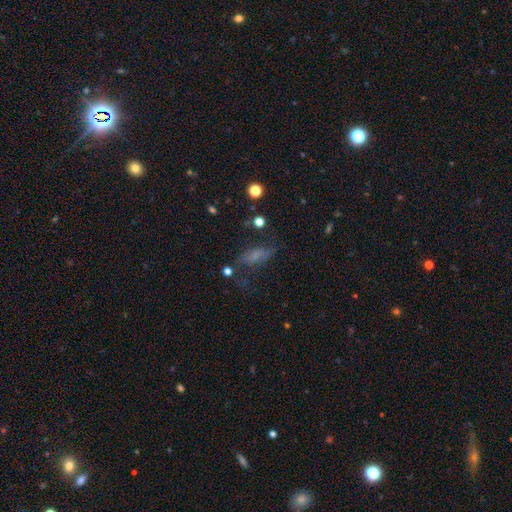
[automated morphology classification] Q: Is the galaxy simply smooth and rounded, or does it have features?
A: smooth — 55%.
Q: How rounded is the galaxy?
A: in between — 66%.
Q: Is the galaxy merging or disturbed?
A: none — 52%.